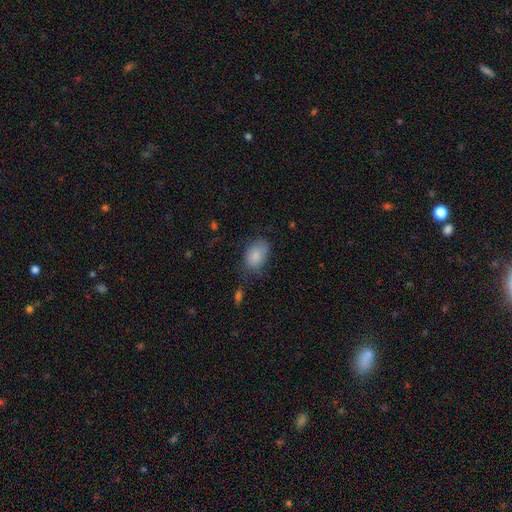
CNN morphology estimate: This is clearly a smooth galaxy (85%). How rounded: clearly in between (87%). Merging: likely none (61%).